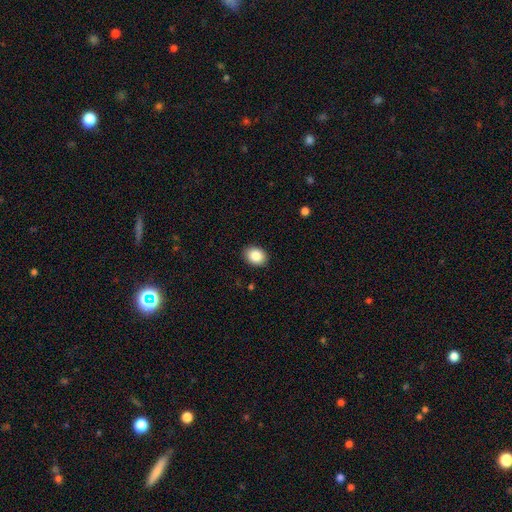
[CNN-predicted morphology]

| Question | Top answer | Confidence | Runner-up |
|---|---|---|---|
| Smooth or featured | smooth | 87% | star or artifact (8%) |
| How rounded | in between | 62% | round (37%) |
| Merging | none | 90% | minor disturbance (7%) |